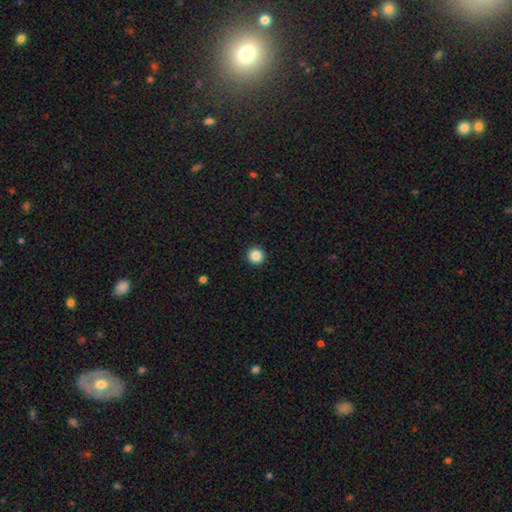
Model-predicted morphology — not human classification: smooth-or-featured: smooth: 87% | star or artifact: 10% | featured or disk: 3%
  how-rounded: round: 96% | in between: 3% | cigar-shaped: 1%
  merging: none: 94% | minor disturbance: 4% | major disturbance: 2% | merger: 1%